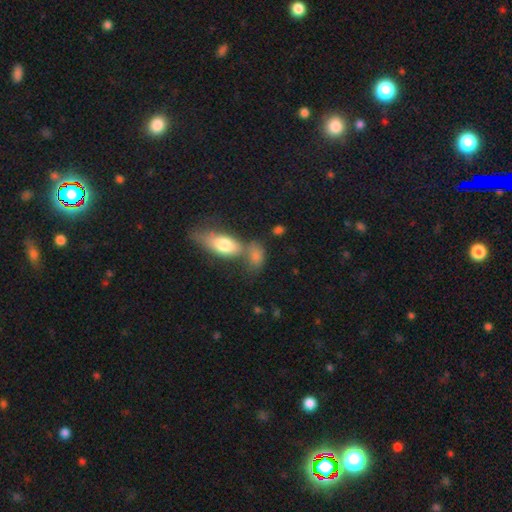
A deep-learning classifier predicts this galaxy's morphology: This is likely a smooth galaxy (78%). How rounded: clearly in between (83%). Merging: marginally merger (40%).